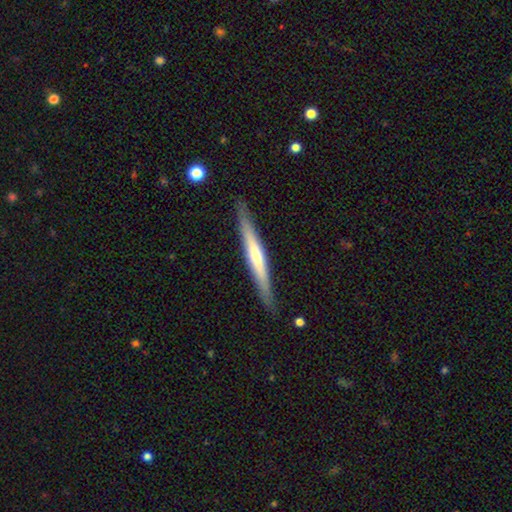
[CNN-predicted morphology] A featured or disk galaxy (60%) viewed edge-on (96%) with a rounded central bulge (47%).

Vote fractions:
- Smooth or featured? featured or disk: 60% / smooth: 35% / star or artifact: 5%
- Edge-on disk? yes: 96% / no: 4%
- Edge-on bulge? rounded: 47% / none: 41% / boxy: 12%
- Merging? none: 88% / minor disturbance: 9% / major disturbance: 2% / merger: 1%